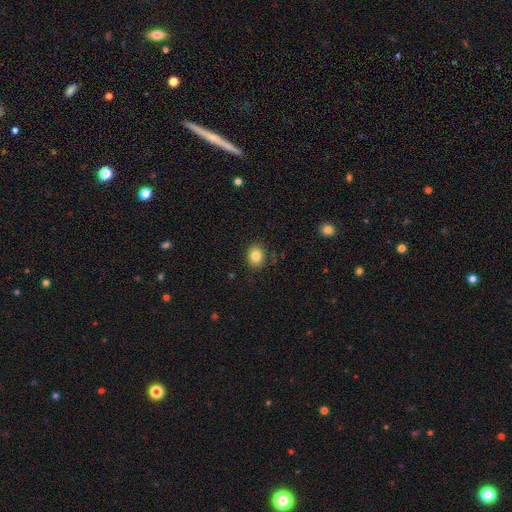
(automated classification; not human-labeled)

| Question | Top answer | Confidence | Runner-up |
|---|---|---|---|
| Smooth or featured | smooth | 83% | star or artifact (10%) |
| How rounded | round | 58% | in between (41%) |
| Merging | none | 87% | minor disturbance (9%) |